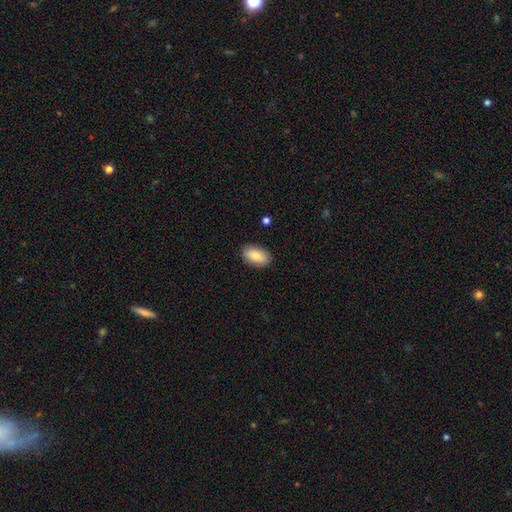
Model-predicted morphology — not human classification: This appears to be a smooth galaxy with no disk features (86%) that is in between round and cigar-shaped (93%). Merging: none (87%).